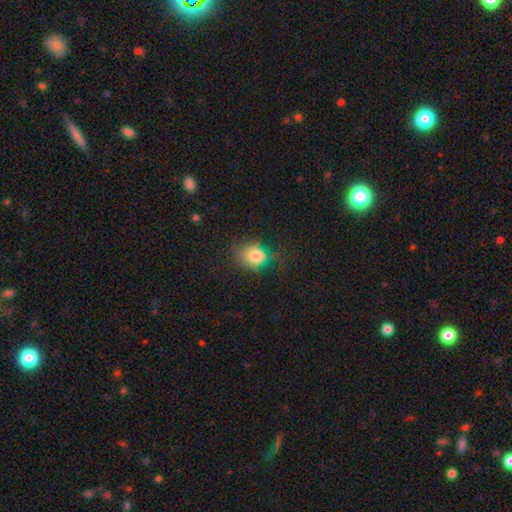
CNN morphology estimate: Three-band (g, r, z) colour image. It shows a smooth galaxy with no disk features (76%) that is round (72%). Merging: none (59%).